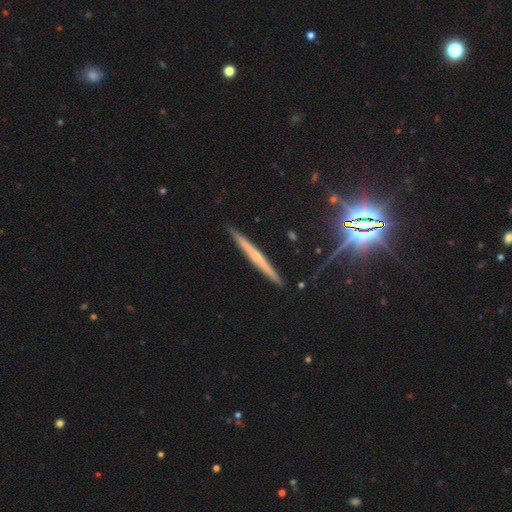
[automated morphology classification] This is likely a featured or disk galaxy (60%). It is clearly viewed edge-on (98%). Edge-on bulge: possibly none (57%). Merging: clearly none (91%).